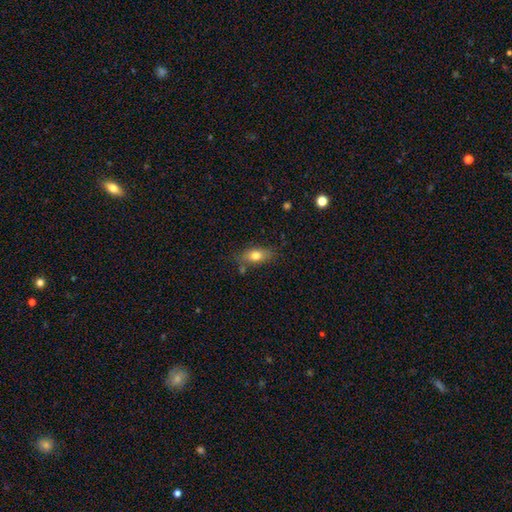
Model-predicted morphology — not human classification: Smooth or featured: smooth — 74% (featured or disk — 17%)
How rounded: in between — 80% (cigar-shaped — 11%)
Merging: none — 72% (minor disturbance — 19%)